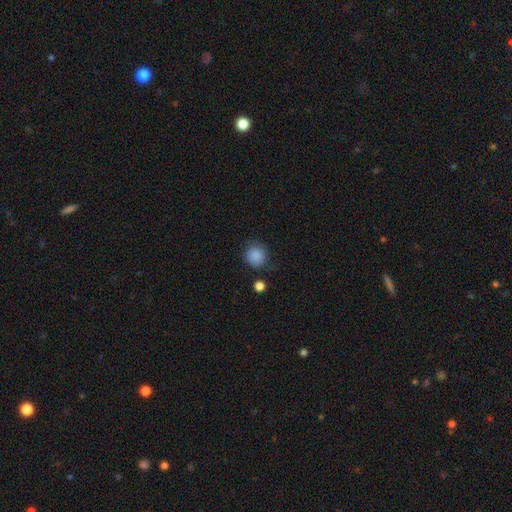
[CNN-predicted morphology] type=smooth (87%); roundness=round (90%); merging=none (77%).